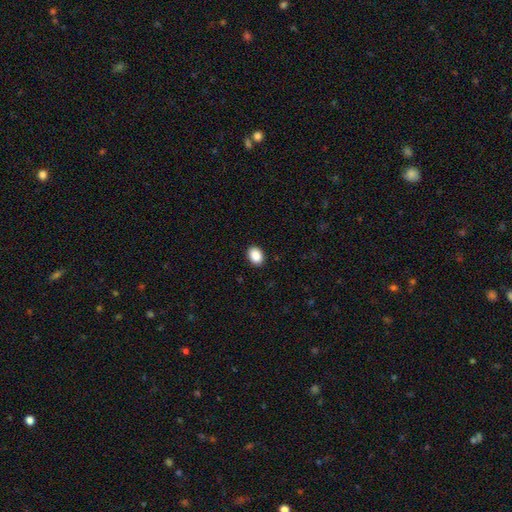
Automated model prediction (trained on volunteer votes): A smooth galaxy with no disk features (89%) that is in between round and cigar-shaped (67%). Merging: none (91%).